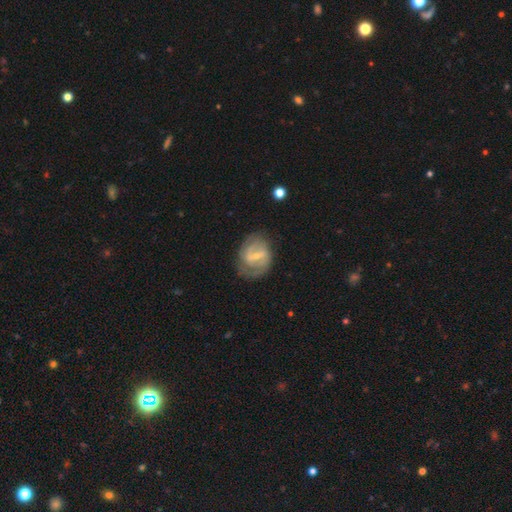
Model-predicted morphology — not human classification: smooth_or_featured: featured or disk (p=0.79) [alt: smooth p=0.16]
disk_edge_on: no (p=0.97) [alt: yes p=0.03]
bar: weak (p=0.46) [alt: strong p=0.44]
has_spiral_arms: yes (p=0.83) [alt: no p=0.17]
spiral_winding: tight (p=0.43) [alt: medium p=0.41]
spiral_arm_count: 2 (p=0.68) [alt: can't tell p=0.18]
bulge_size: small (p=0.61) [alt: moderate p=0.29]
merging: none (p=0.68) [alt: minor disturbance p=0.20]